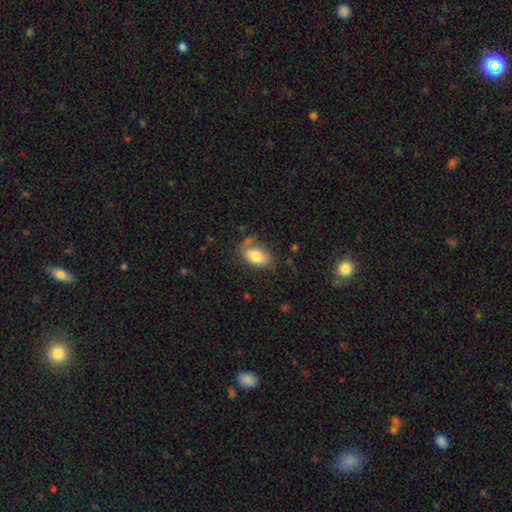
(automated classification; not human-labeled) Morphology: type=smooth (76%); roundness=in between (91%); merging=none (60%).